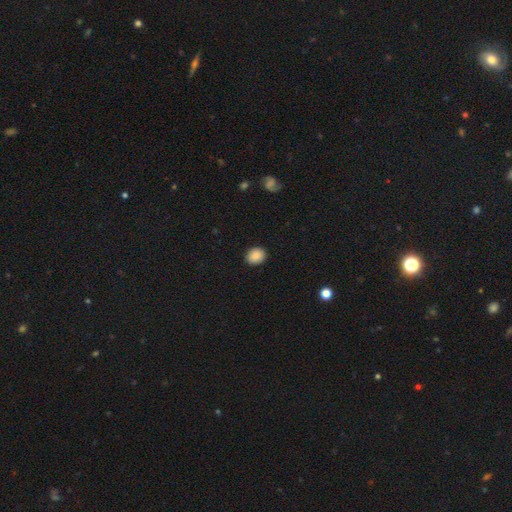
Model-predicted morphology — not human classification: This appears to be a smooth galaxy with no disk features (89%) that is round (54%). Merging: none (90%).